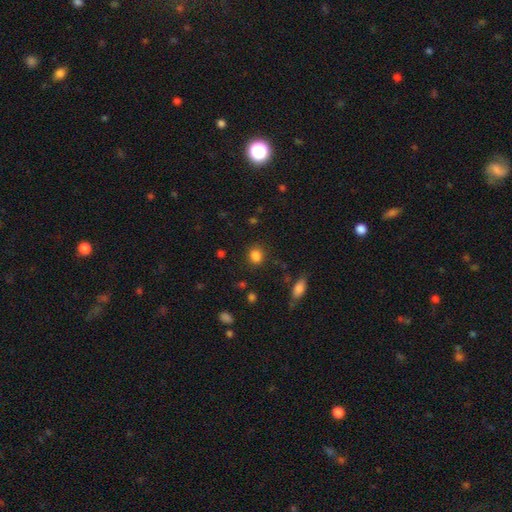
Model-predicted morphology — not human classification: A smooth galaxy with no disk features (84%) that is round (55%). Merging: none (78%).